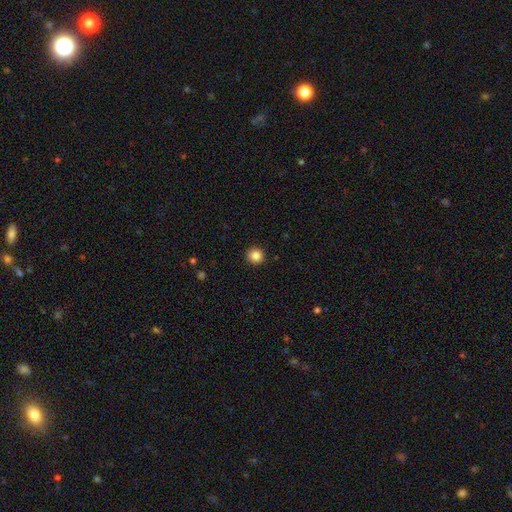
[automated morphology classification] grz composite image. It shows a smooth galaxy with no disk features (85%) that is round (93%). Merging: none (93%).